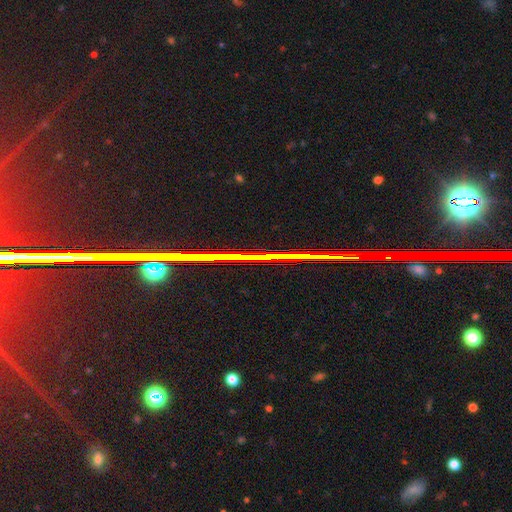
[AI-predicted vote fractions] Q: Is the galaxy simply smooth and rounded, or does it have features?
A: star or artifact — 84%.